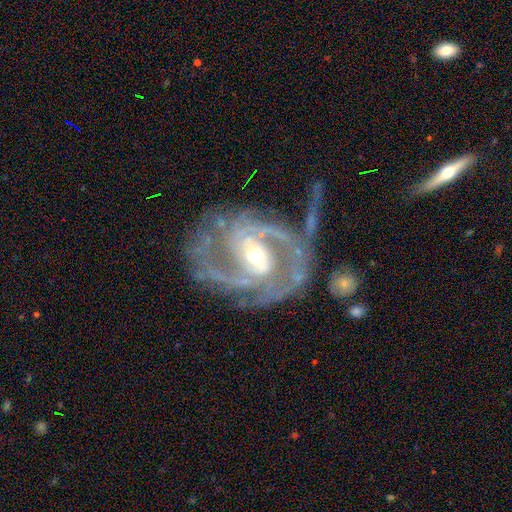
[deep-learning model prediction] Overall: featured or disk (93%). Edge-on disk: no (98%). Bar: weak (42%; strong 35%). Spiral arms: yes (98%). Spiral arm count: 2 (66%). Spiral winding: medium (50%; tight 36%). Bulge size: moderate (54%; small 39%). Merging: none (61%).